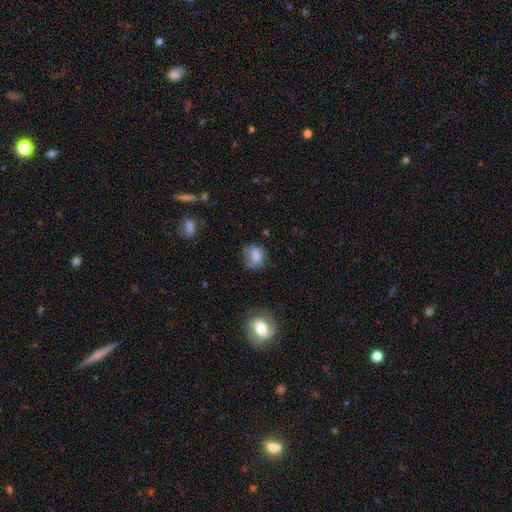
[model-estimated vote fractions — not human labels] Smooth or featured? smooth (68%)
How rounded? in between (52%)
Merging? none (52%)